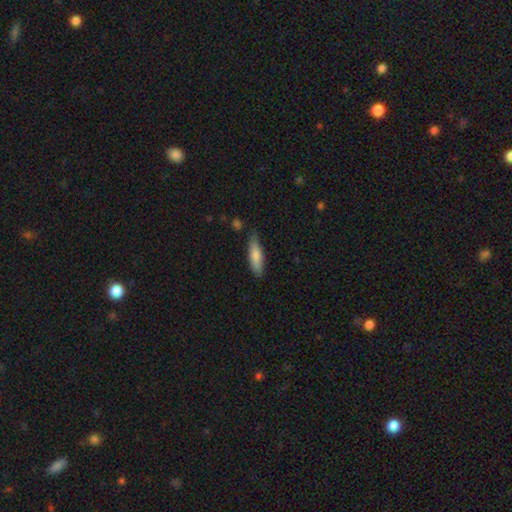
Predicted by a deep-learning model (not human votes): The model was most divided on "how rounded": cigar-shaped: 59%, in between: 39%, round: 2%. More confident: smooth or featured — smooth (79%); merging — none (75%).